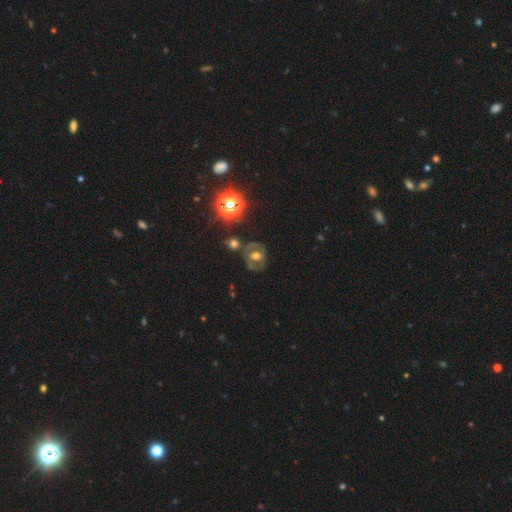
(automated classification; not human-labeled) A featured or disk galaxy (57%) with no bar (44%), no spiral arms (52%) and a moderate central bulge (65%). Merging: none (66%).